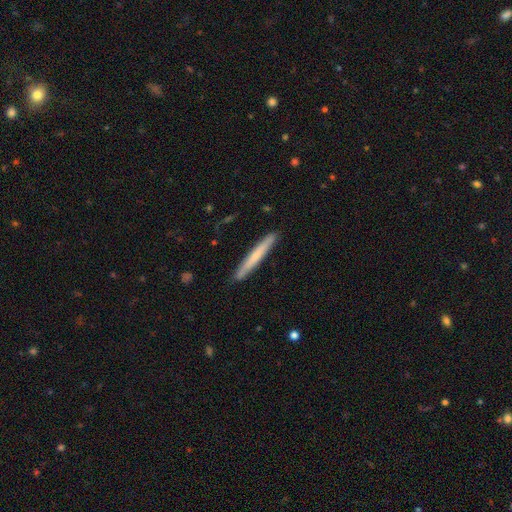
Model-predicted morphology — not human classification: The model was most divided on "smooth or featured": smooth: 62%, featured or disk: 32%, star or artifact: 5%. More confident: how rounded — cigar-shaped (97%); merging — none (90%).